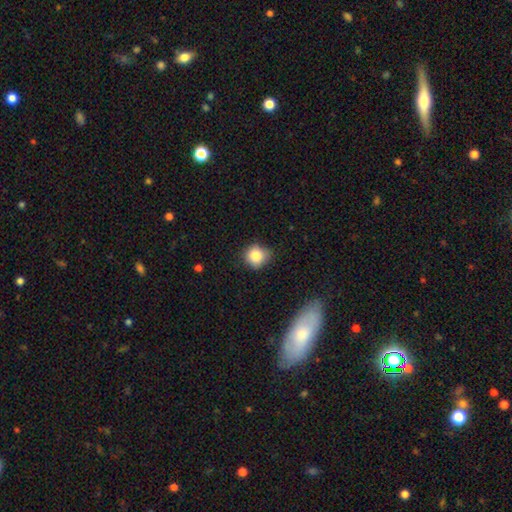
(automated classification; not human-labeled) A smooth galaxy with no disk features (83%) that is round (84%).

Vote fractions:
- Smooth or featured? smooth: 83% / star or artifact: 10% / featured or disk: 7%
- How rounded? round: 84% / in between: 15% / cigar-shaped: 1%
- Merging? none: 69% / minor disturbance: 24% / major disturbance: 5% / merger: 2%